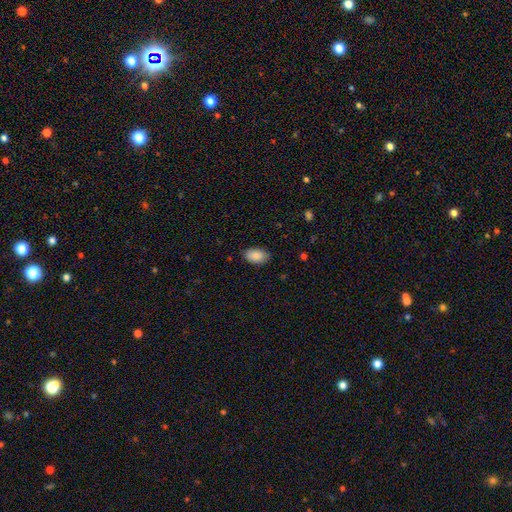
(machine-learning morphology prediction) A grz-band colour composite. It shows a smooth galaxy with no disk features (87%) that is in between round and cigar-shaped (93%). Merging: none (85%).